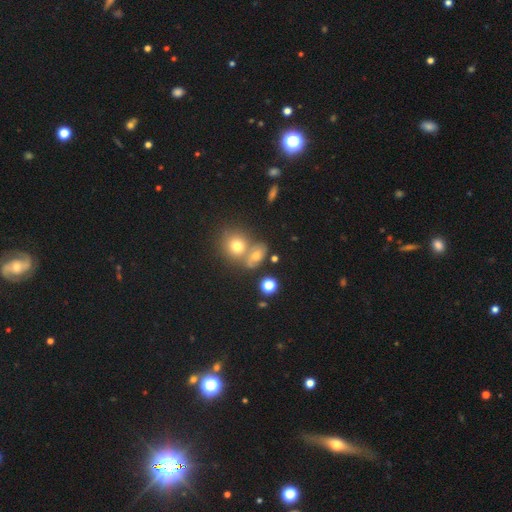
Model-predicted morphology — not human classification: Q: Smooth or featured?
A: smooth (56%); runner-up: featured or disk (25%)
Q: How rounded?
A: in between (56%); runner-up: round (40%)
Q: Merging?
A: none (46%); runner-up: merger (34%)